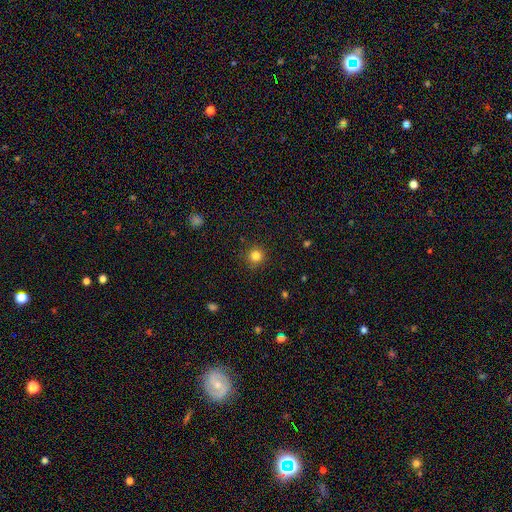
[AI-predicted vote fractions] This appears to be a smooth galaxy with no disk features (82%) that is round (94%). Merging: none (90%).